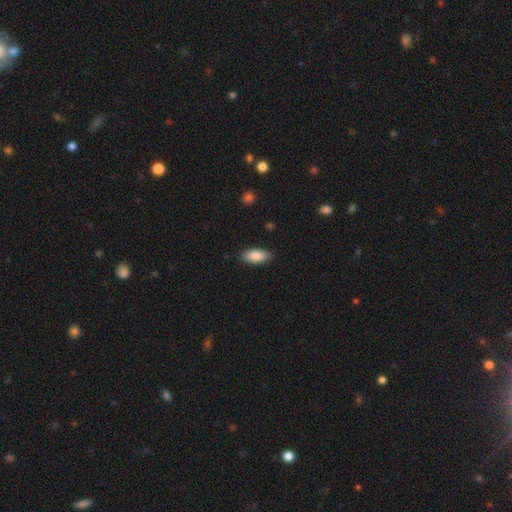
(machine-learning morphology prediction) Smooth or featured? smooth (87%)
How rounded? in between (88%)
Merging? none (88%)